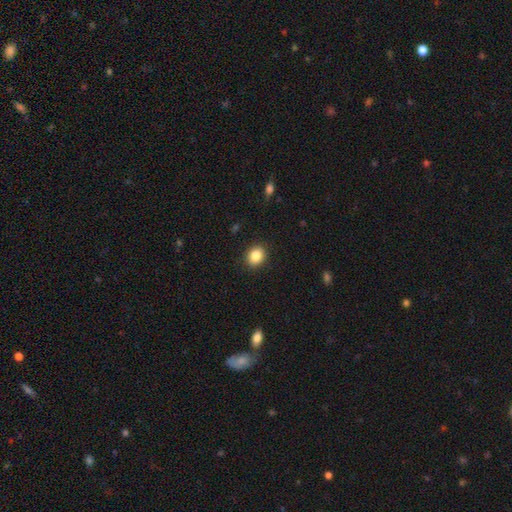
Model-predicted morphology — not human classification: smooth-or-featured: smooth: 85% | star or artifact: 9% | featured or disk: 5%
  how-rounded: round: 51% | in between: 48% | cigar-shaped: 1%
  merging: none: 90% | minor disturbance: 7% | major disturbance: 2% | merger: 1%